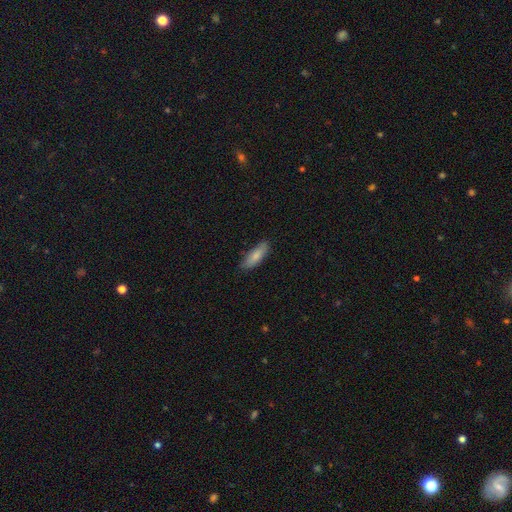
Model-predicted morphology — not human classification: Smooth or featured?
  - smooth: 81% *
  - featured or disk: 13%
  - star or artifact: 6%
How rounded?
  - in between: 60% *
  - cigar-shaped: 39%
  - round: 2%
Merging?
  - none: 83% *
  - minor disturbance: 14%
  - major disturbance: 2%
  - merger: 1%